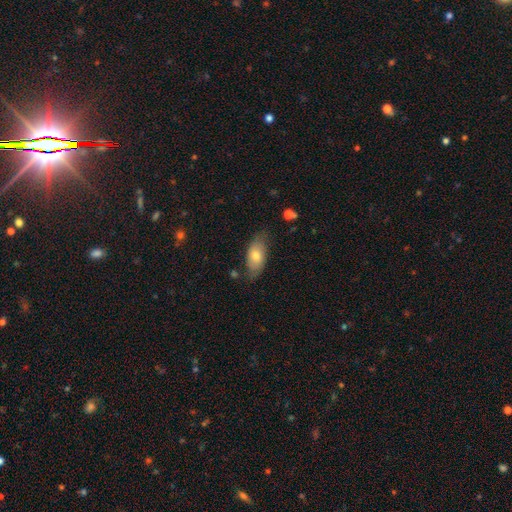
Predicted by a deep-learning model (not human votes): Smooth or featured?
  - smooth: 70% *
  - featured or disk: 24%
  - star or artifact: 7%
How rounded?
  - in between: 89% *
  - cigar-shaped: 6%
  - round: 4%
Merging?
  - none: 68% *
  - minor disturbance: 24%
  - major disturbance: 6%
  - merger: 2%